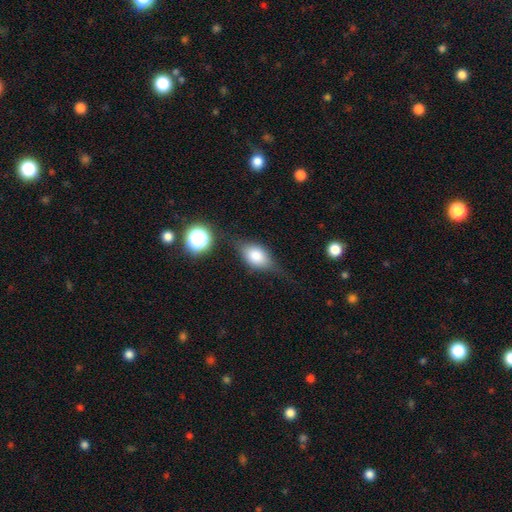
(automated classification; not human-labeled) This appears to be a smooth galaxy with no disk features (65%) that is in between round and cigar-shaped (73%). Merging: none (59%).